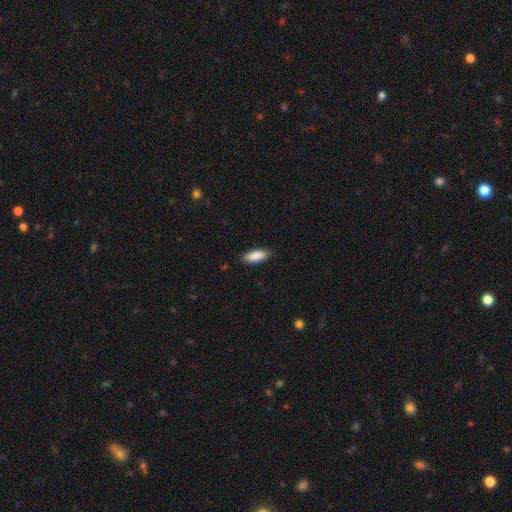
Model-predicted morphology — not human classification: smooth-or-featured: smooth: 88% | featured or disk: 6% | star or artifact: 6%
  how-rounded: in between: 83% | cigar-shaped: 15% | round: 2%
  merging: none: 86% | minor disturbance: 11% | major disturbance: 2% | merger: 1%